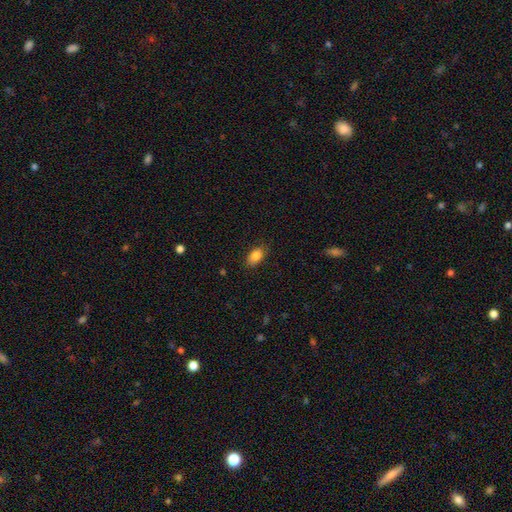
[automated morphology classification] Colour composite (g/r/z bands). It shows a smooth galaxy with no disk features (85%) that is in between round and cigar-shaped (88%). Merging: none (84%).